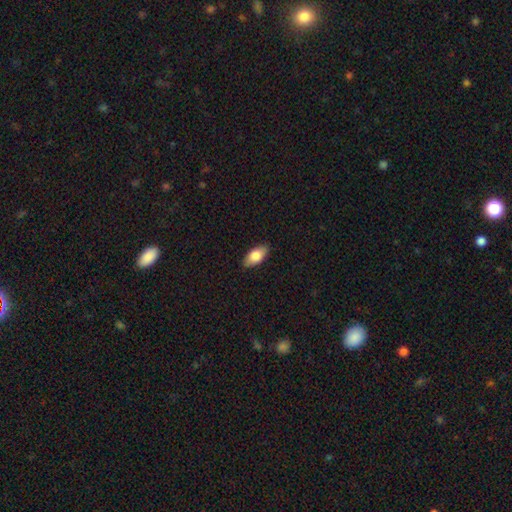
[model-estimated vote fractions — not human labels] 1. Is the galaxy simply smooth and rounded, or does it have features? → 78% smooth, 16% featured or disk, 6% star or artifact.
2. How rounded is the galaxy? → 90% in between, 7% cigar-shaped, 3% round.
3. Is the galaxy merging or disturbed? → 88% none, 9% minor disturbance, 2% major disturbance, 1% merger.